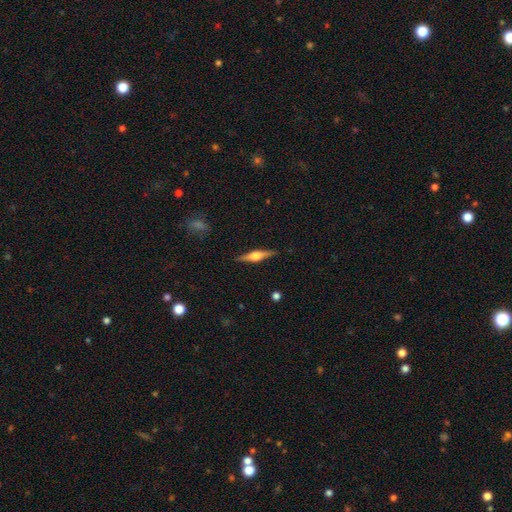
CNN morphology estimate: A featured or disk galaxy (68%) viewed edge-on (97%) with a rounded central bulge (90%). Merging: none (89%).